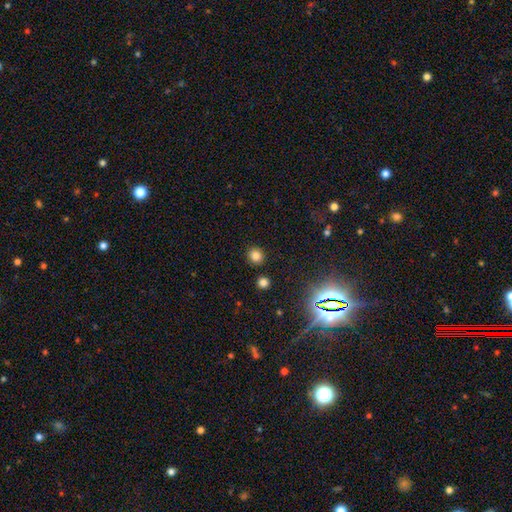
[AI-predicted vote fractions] This appears to be a smooth galaxy with no disk features (79%) that is round (90%). Merging: none (89%).